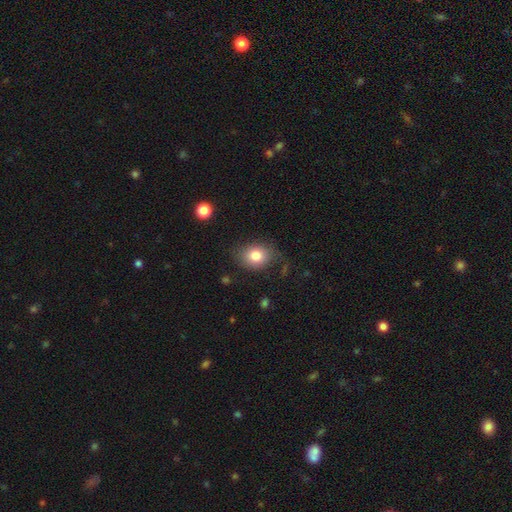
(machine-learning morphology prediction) Q: Smooth or featured?
A: smooth (80%); runner-up: featured or disk (11%)
Q: How rounded?
A: in between (53%); runner-up: round (46%)
Q: Merging?
A: none (72%); runner-up: minor disturbance (19%)